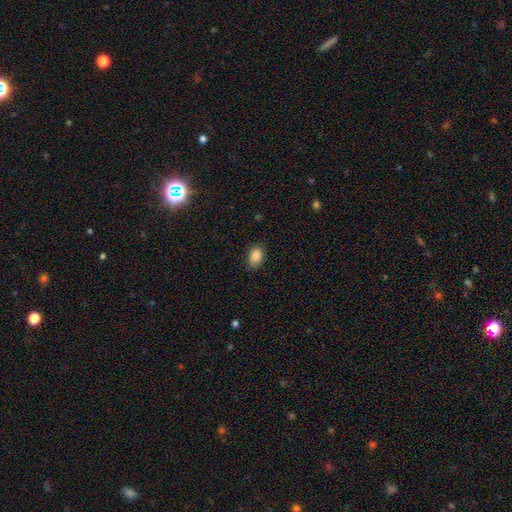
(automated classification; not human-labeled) A smooth galaxy with no disk features (88%) that is in between round and cigar-shaped (86%). Merging: none (77%).